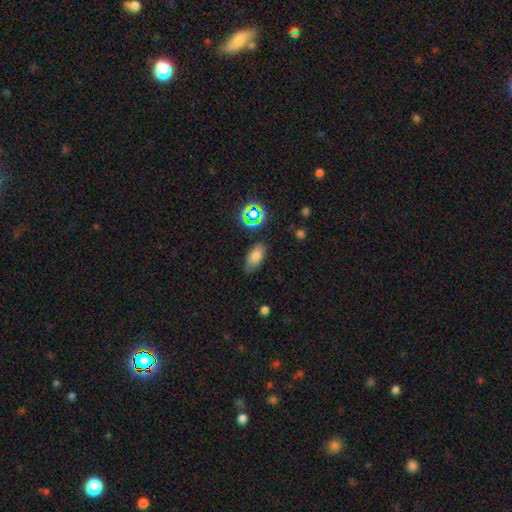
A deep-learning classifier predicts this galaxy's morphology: smooth_or_featured: smooth (p=0.75) [alt: star or artifact p=0.14]
how_rounded: in between (p=0.87) [alt: cigar-shaped p=0.07]
merging: none (p=0.77) [alt: minor disturbance p=0.17]